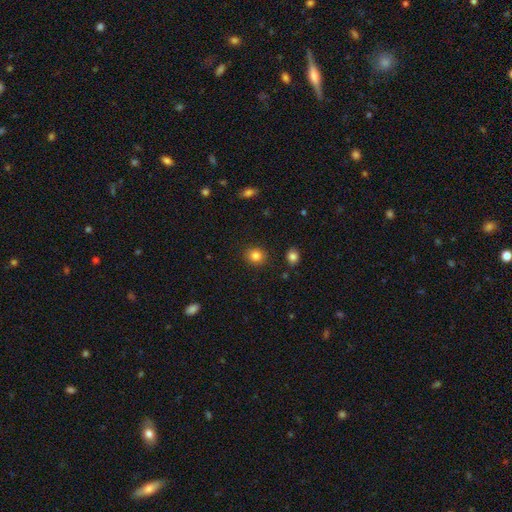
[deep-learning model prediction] smooth-or-featured: smooth: 84% | star or artifact: 11% | featured or disk: 5%
  how-rounded: round: 81% | in between: 19% | cigar-shaped: 1%
  merging: none: 90% | minor disturbance: 6% | major disturbance: 2% | merger: 2%